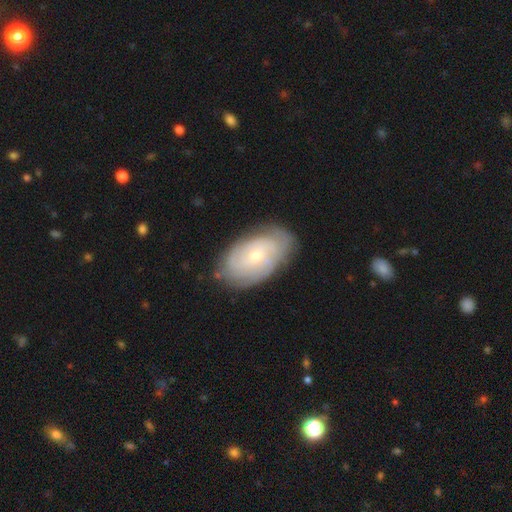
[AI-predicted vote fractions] Smooth or featured?
  - featured or disk: 67% *
  - smooth: 27%
  - star or artifact: 6%
Edge-on disk?
  - no: 95% *
  - yes: 5%
Bar?
  - no: 76% *
  - weak: 21%
  - strong: 3%
Spiral arms?
  - yes: 85% *
  - no: 15%
Spiral winding?
  - tight: 69% *
  - medium: 23%
  - loose: 7%
Spiral arm count?
  - can't tell: 52% *
  - 2: 18%
  - 3: 12%
  - 4: 9%
  - more than 4: 5%
  - 1: 4%
Bulge size?
  - small: 72% *
  - moderate: 25%
  - large: 1%
  - none: 1%
  - dominant: 1%
Merging?
  - none: 77% *
  - minor disturbance: 17%
  - major disturbance: 4%
  - merger: 1%